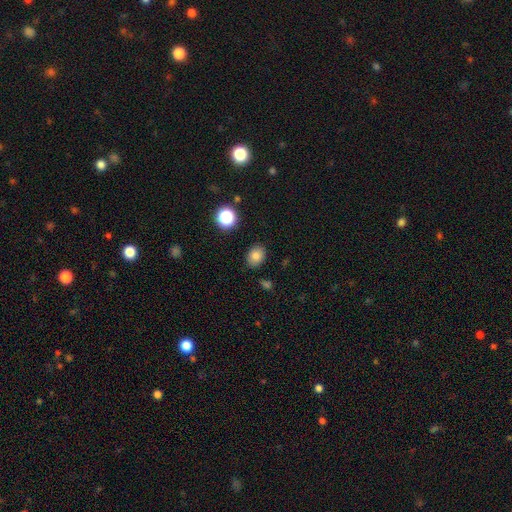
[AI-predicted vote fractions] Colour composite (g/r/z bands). It shows a smooth galaxy with no disk features (81%) that is in between round and cigar-shaped (61%). Merging: none (84%).